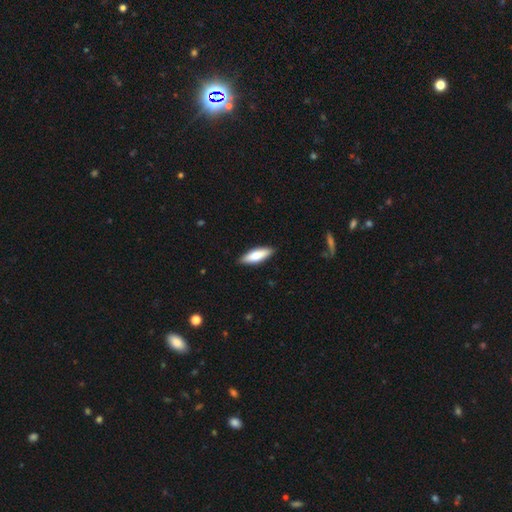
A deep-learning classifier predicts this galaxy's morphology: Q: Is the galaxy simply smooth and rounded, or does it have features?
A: smooth — 72%.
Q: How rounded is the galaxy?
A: in between — 52%.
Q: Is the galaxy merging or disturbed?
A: none — 88%.